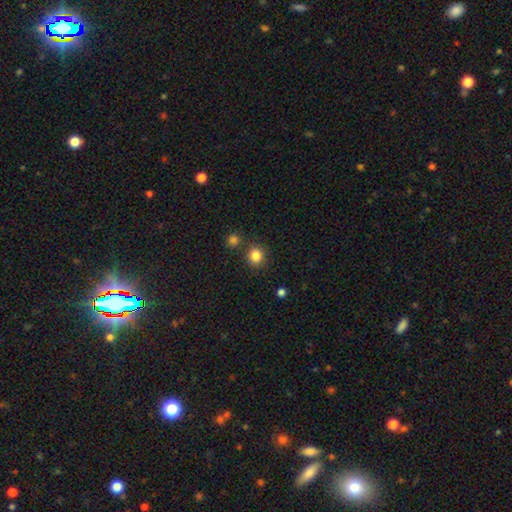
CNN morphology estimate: Smooth or featured? Predicted: smooth (p=0.84). How rounded? Predicted: round (p=0.85). Merging? Predicted: none (p=0.79).